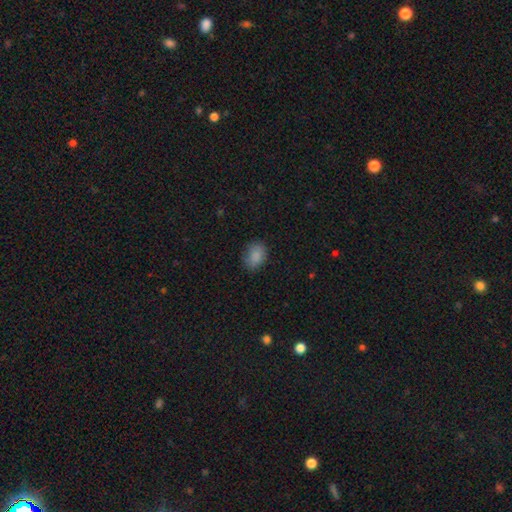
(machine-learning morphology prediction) This appears to be a smooth galaxy with no disk features (86%) that is in between round and cigar-shaped (68%). Merging: none (78%).